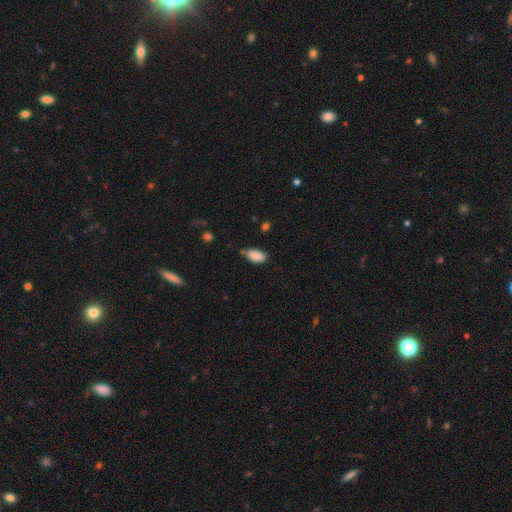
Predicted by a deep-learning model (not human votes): smooth_or_featured: smooth (p=0.88) [alt: star or artifact p=0.07]
how_rounded: in between (p=0.93) [alt: cigar-shaped p=0.04]
merging: none (p=0.65) [alt: minor disturbance p=0.27]